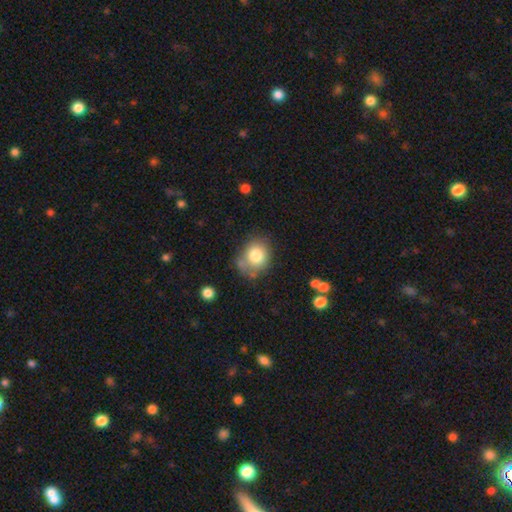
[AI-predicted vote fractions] Smooth or featured: smooth — 79% (featured or disk — 12%)
How rounded: round — 65% (in between — 34%)
Merging: none — 59% (minor disturbance — 23%)